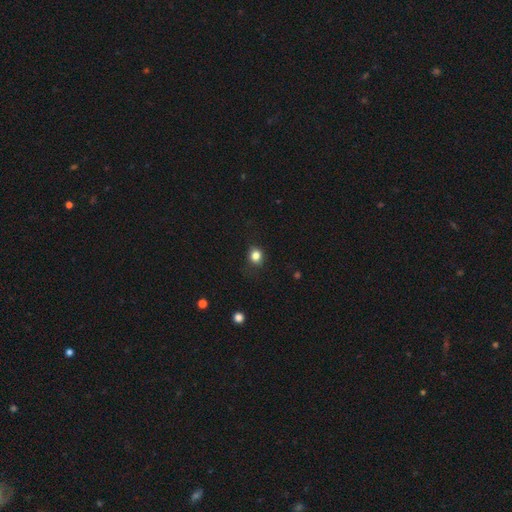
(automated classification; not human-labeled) smooth 82%, star or artifact 12%, featured or disk 6%. Down the decision tree: how rounded — round (76%); merging — none (82%).